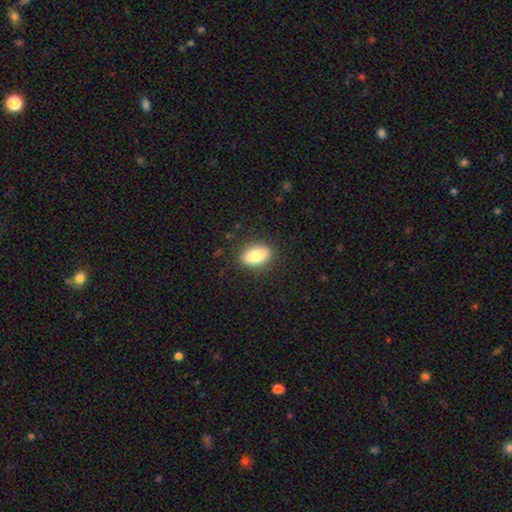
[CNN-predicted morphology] Overall: smooth (82%). How rounded: in between (86%). Merging: none (86%).